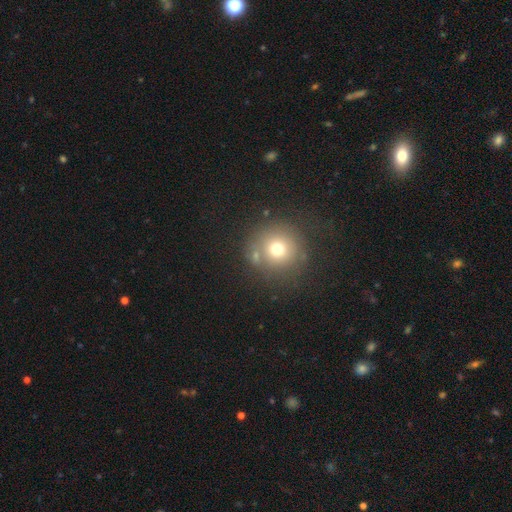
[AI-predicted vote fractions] smooth 68%, star or artifact 18%, featured or disk 14%. Down the decision tree: how rounded — round (94%); merging — none (73%).